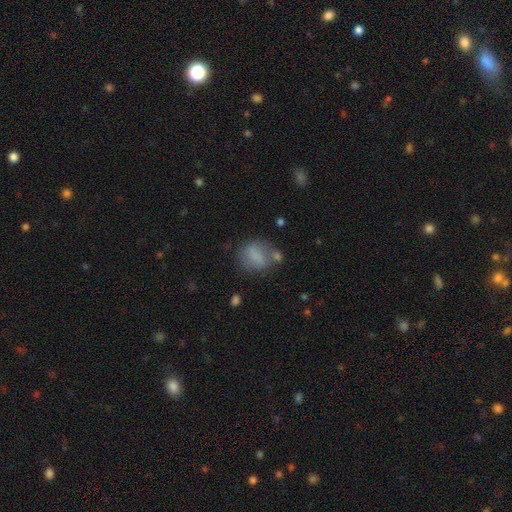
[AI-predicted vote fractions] Overall: smooth (72%). How rounded: round (49%; in between 48%). Merging: none (54%; minor disturbance 21%).